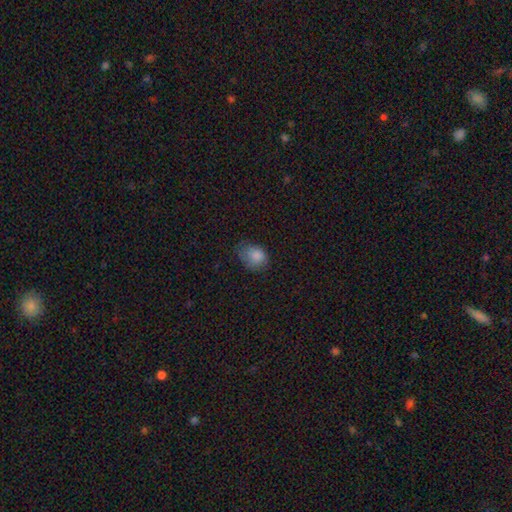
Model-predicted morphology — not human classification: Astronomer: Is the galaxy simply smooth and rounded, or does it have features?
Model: smooth — 84%.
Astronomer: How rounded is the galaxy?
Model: in between — 58% (runner-up: round, 41%).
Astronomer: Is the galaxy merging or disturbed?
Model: none — 48% (runner-up: minor disturbance, 37%).